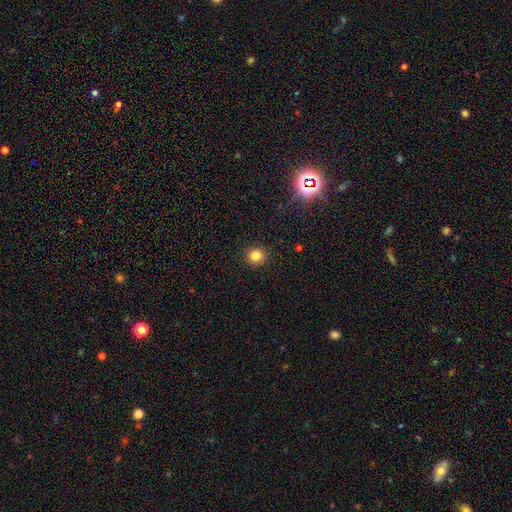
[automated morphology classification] Smooth or featured? smooth (81%)
How rounded? round (94%)
Merging? none (92%)